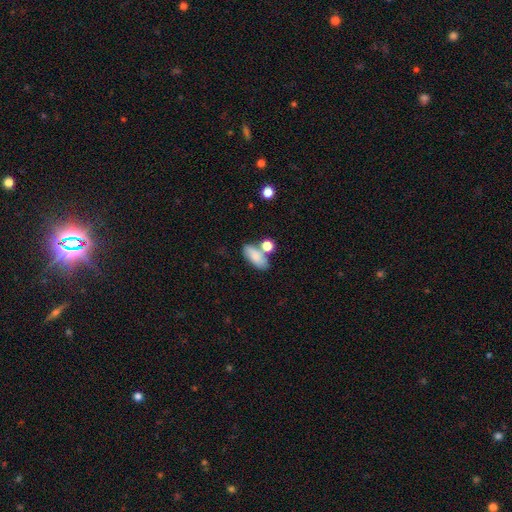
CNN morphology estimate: Overall: smooth (77%). How rounded: in between (84%). Merging: none (50%; merger 26%).